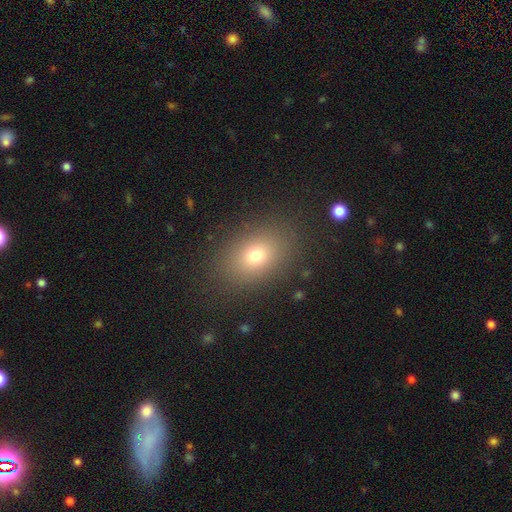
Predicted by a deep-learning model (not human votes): A smooth galaxy with no disk features (73%) that is in between round and cigar-shaped (73%).

Vote fractions:
- Smooth or featured? smooth: 73% / star or artifact: 14% / featured or disk: 13%
- How rounded? in between: 73% / round: 26% / cigar-shaped: 1%
- Merging? none: 86% / minor disturbance: 9% / major disturbance: 4% / merger: 1%